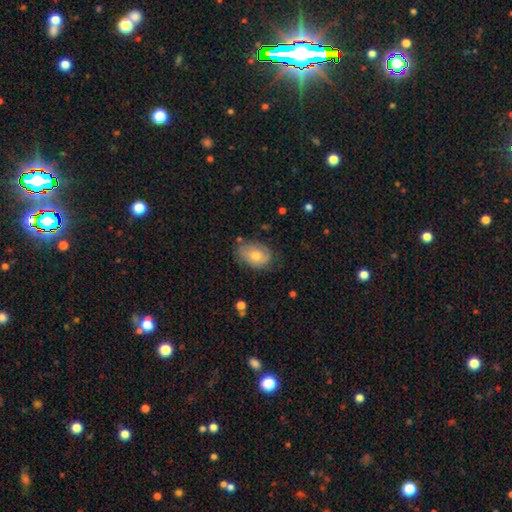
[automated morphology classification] Smooth or featured? smooth (58%)
How rounded? in between (83%)
Merging? none (70%)